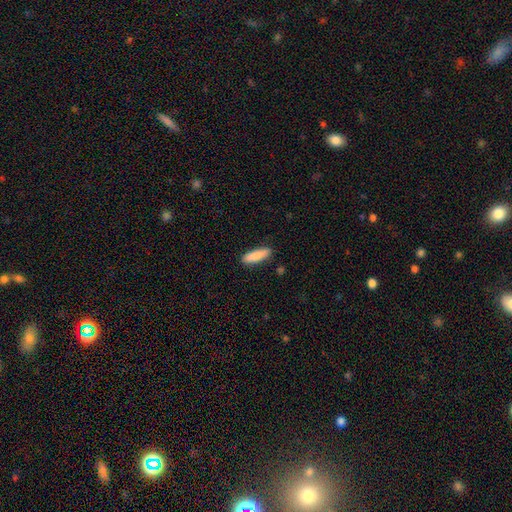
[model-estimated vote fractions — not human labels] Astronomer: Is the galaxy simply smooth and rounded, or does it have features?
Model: smooth — 86%.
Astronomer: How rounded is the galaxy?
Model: cigar-shaped — 63%.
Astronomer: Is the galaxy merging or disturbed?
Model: none — 87%.